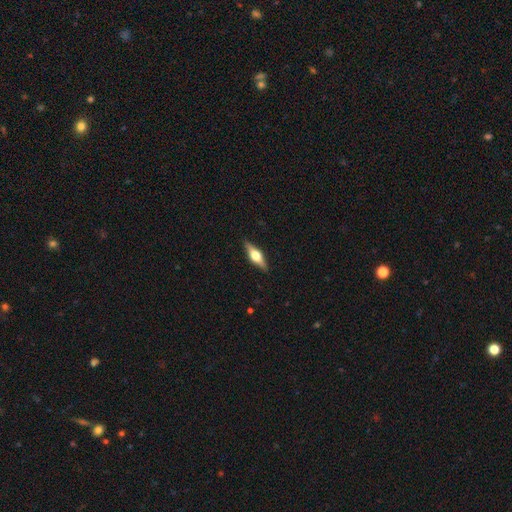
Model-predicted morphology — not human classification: type=featured or disk (62%); edge-on=yes (95%); edge-on bulge=rounded (94%); merging=none (89%).